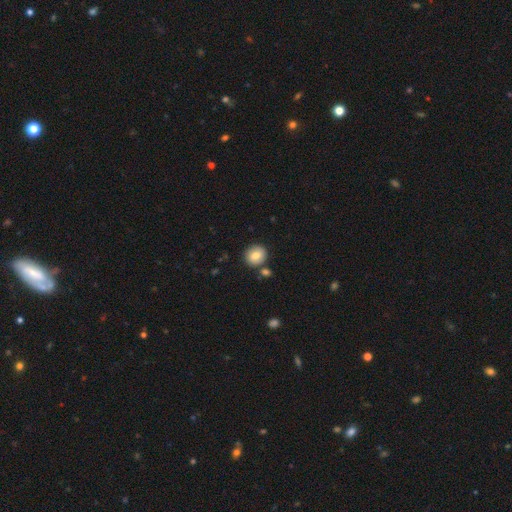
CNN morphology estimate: Smooth or featured? smooth (79%)
How rounded? round (86%)
Merging? none (80%)